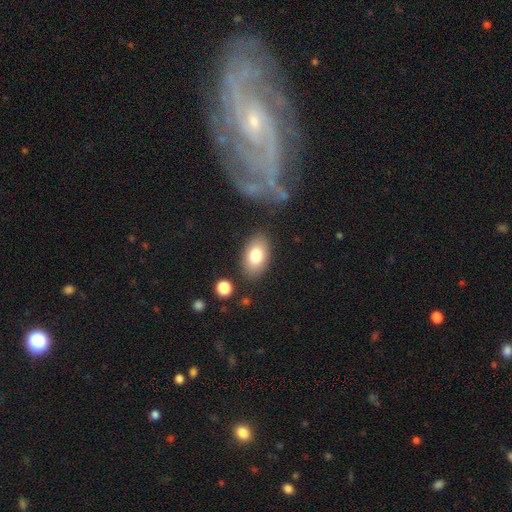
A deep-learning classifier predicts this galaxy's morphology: smooth-or-featured: smooth: 80% | featured or disk: 13% | star or artifact: 7%
  how-rounded: in between: 91% | round: 8% | cigar-shaped: 1%
  merging: none: 84% | minor disturbance: 11% | major disturbance: 3% | merger: 3%